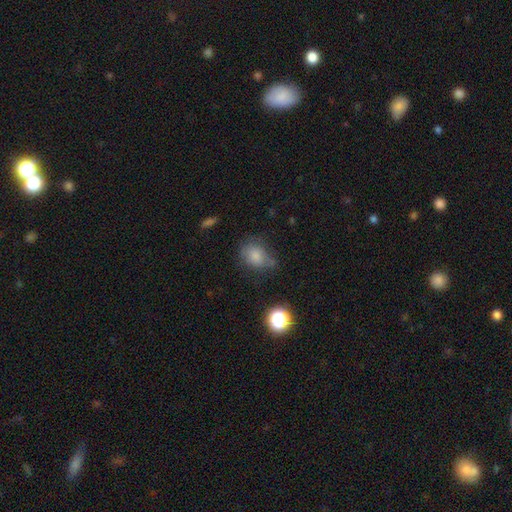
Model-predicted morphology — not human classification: Overall: smooth (77%). How rounded: in between (54%; round 44%). Merging: none (50%; minor disturbance 31%).